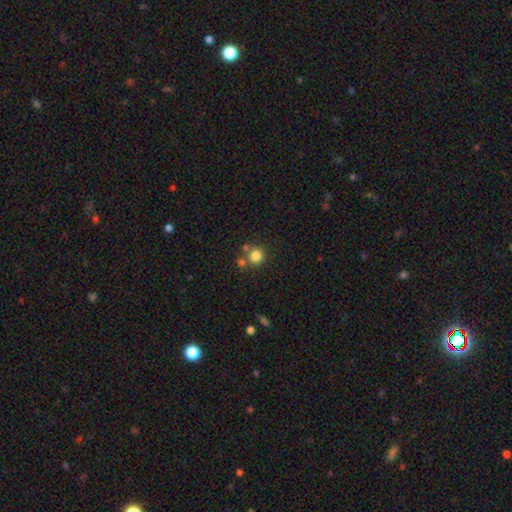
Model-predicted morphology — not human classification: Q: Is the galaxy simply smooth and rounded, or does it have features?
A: smooth — 81%.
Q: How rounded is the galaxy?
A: round — 91%.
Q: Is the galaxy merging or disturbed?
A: none — 67%.